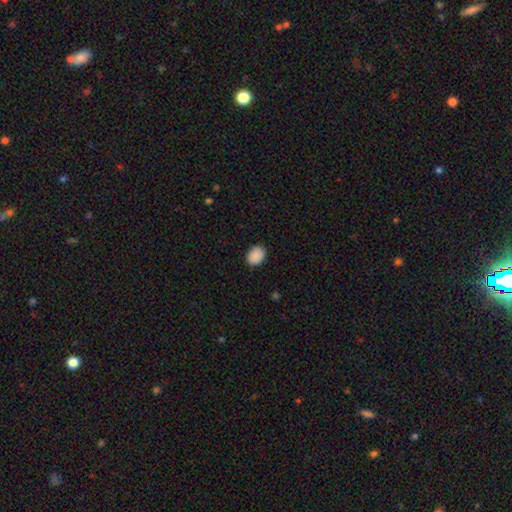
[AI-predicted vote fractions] Smooth or featured? smooth (90%)
How rounded? in between (60%)
Merging? none (89%)